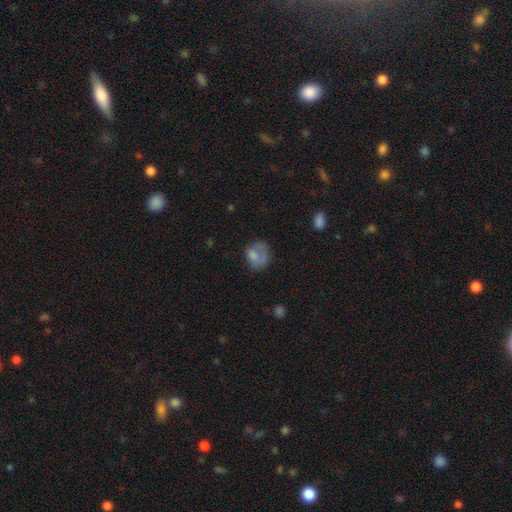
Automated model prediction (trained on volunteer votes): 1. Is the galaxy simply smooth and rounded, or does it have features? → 70% smooth, 19% featured or disk, 11% star or artifact.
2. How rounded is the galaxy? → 51% round, 48% in between, 1% cigar-shaped.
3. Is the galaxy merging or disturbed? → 39% none, 27% major disturbance, 27% minor disturbance, 7% merger.